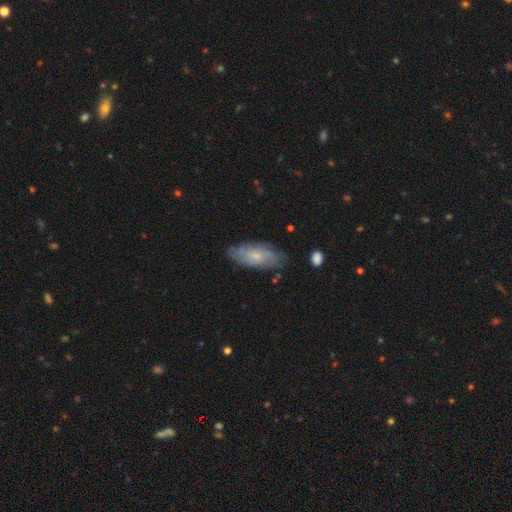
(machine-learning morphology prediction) Overall: featured or disk (52%; smooth 41%). Edge-on disk: no (86%). Merging: none (76%).